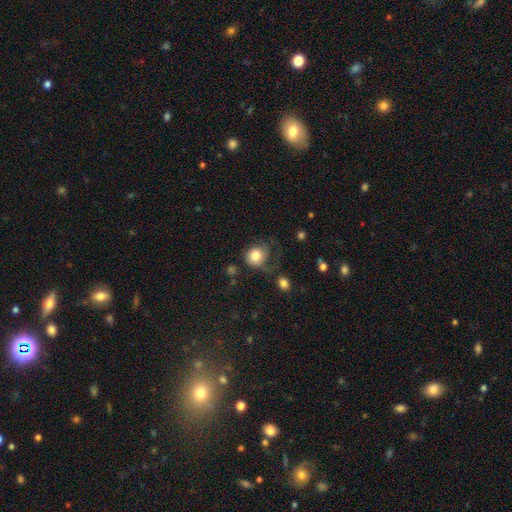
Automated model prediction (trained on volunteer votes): Smooth or featured? smooth (79%)
How rounded? round (79%)
Merging? none (44%)